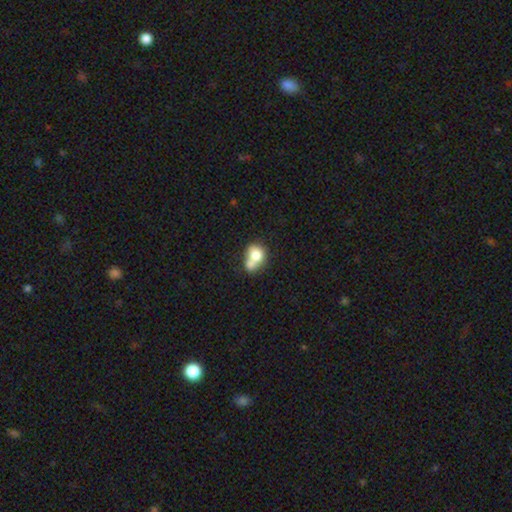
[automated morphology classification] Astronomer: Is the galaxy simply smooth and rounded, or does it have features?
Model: smooth — 73%.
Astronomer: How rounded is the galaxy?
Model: round — 62%.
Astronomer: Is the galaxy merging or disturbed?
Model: merger — 61%.